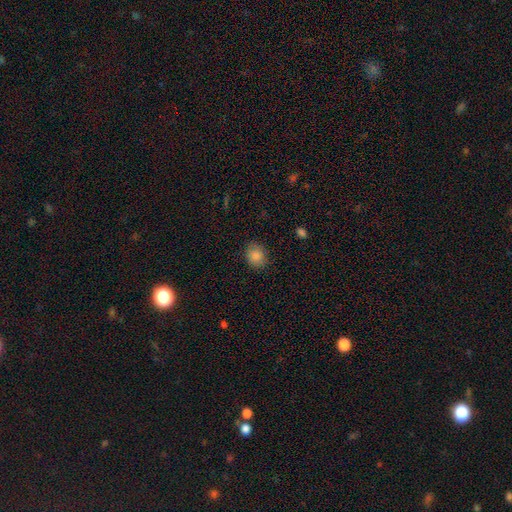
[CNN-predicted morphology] This is clearly a smooth galaxy (86%). How rounded: likely round (63%). Merging: clearly none (84%).